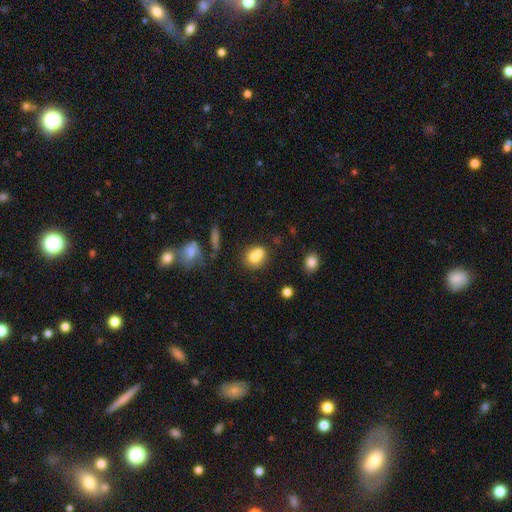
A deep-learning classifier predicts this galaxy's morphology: A smooth galaxy with no disk features (72%) that is round (62%). Merging: merger (49%).